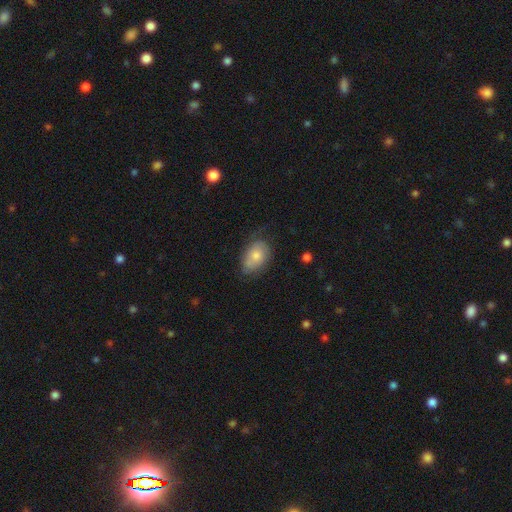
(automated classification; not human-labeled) This appears to be a smooth galaxy with no disk features (62%) that is in between round and cigar-shaped (83%). Merging: none (57%).